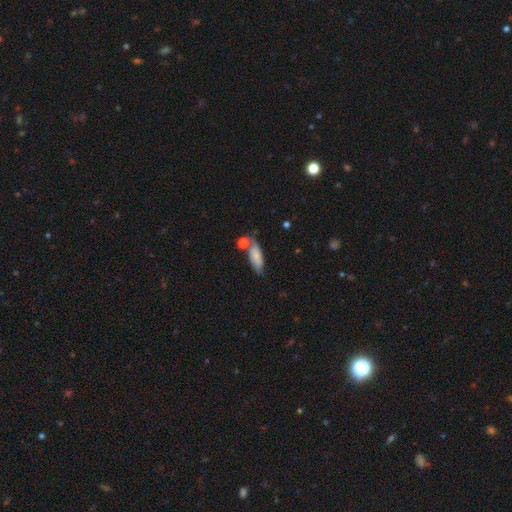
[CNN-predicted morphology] A smooth galaxy with no disk features (74%) that is in between round and cigar-shaped (66%). Merging: none (58%).